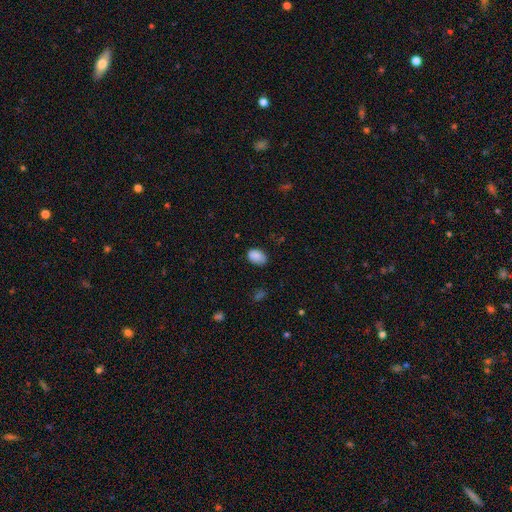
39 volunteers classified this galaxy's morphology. This appears to be a smooth galaxy with no disk features (90%) that is in between round and cigar-shaped (94%). Merging: none (71%).